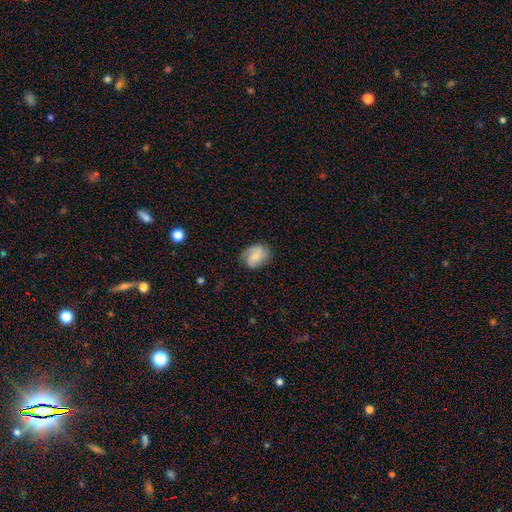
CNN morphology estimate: type=featured or disk (47%); merging=none (68%).